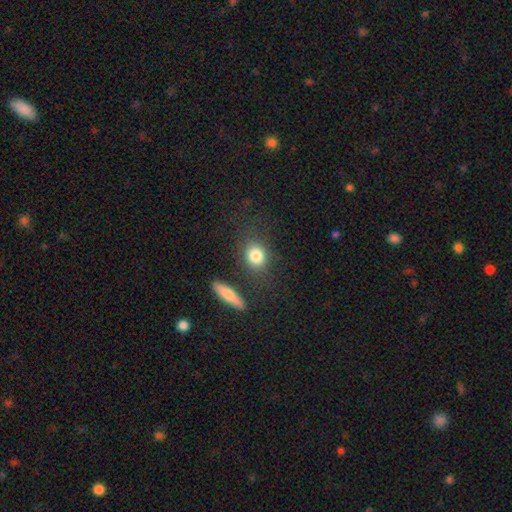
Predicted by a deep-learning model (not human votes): Smooth or featured: smooth — 82% (star or artifact — 9%)
How rounded: round — 58% (in between — 38%)
Merging: none — 75% (minor disturbance — 12%)